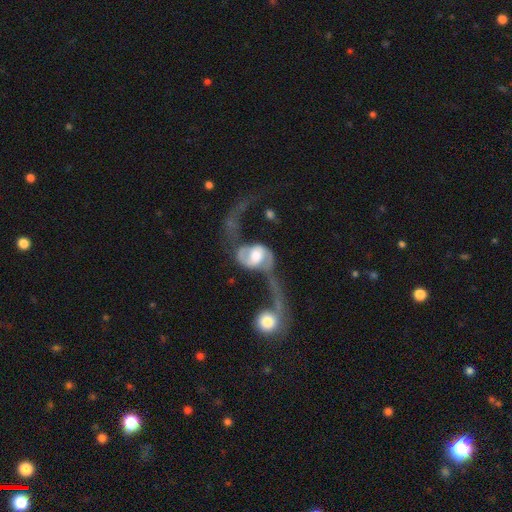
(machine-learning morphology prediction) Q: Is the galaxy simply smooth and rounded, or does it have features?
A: featured or disk — 80%.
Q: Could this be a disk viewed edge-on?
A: no — 96%.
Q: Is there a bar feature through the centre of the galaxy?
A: no — 48%.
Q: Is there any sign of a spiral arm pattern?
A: yes — 86%.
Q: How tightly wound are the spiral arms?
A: loose — 72%.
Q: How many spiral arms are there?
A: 2 — 87%.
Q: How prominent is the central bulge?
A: moderate — 57%.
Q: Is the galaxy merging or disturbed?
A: merger — 50%.